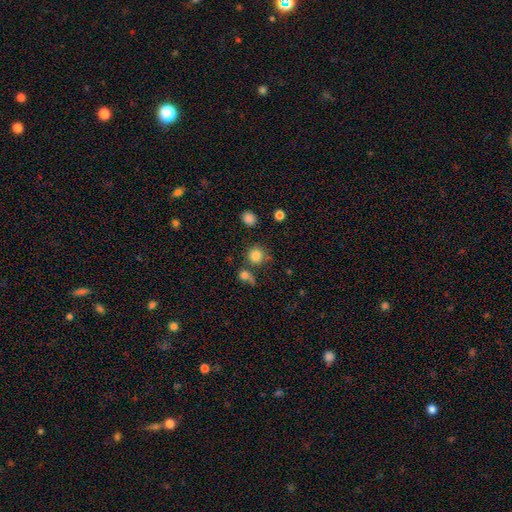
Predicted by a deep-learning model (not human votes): Smooth or featured? Predicted: smooth (p=0.82). How rounded? Predicted: round (p=0.91). Merging? Predicted: none (p=0.70).